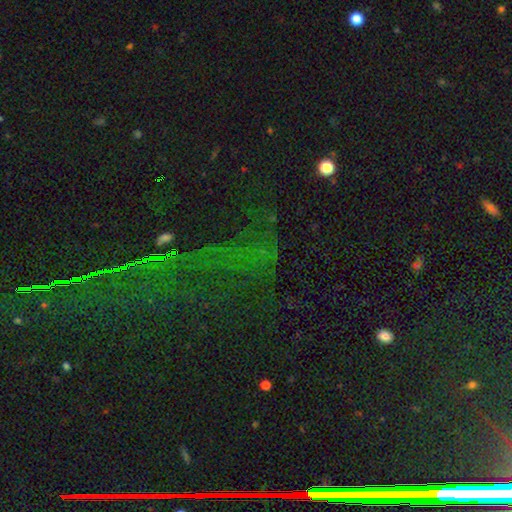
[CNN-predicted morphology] Smooth or featured: star or artifact — 76% (smooth — 14%)